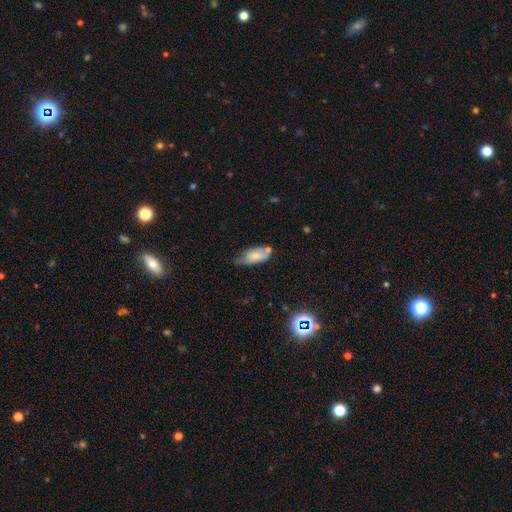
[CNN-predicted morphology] Q: Smooth or featured?
A: smooth (71%); runner-up: featured or disk (20%)
Q: How rounded?
A: in between (87%); runner-up: cigar-shaped (10%)
Q: Merging?
A: none (43%); runner-up: minor disturbance (36%)